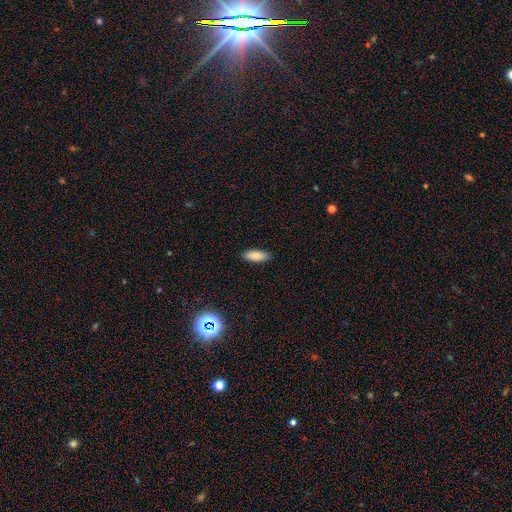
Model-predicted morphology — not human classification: Smooth or featured? Predicted: smooth (p=0.86). How rounded? Predicted: in between (p=0.75). Merging? Predicted: none (p=0.88).